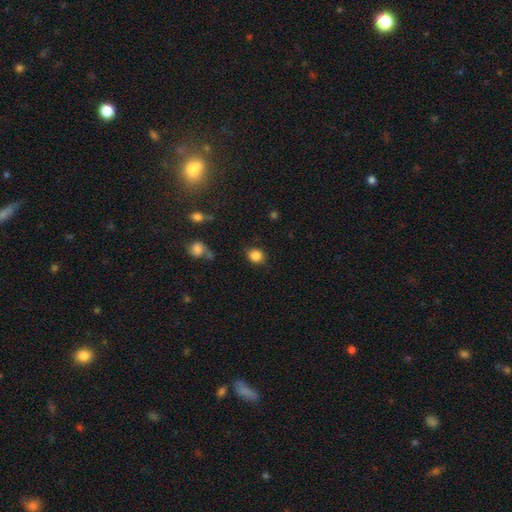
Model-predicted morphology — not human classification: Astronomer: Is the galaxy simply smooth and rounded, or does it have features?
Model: smooth — 85%.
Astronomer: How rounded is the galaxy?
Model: round — 62% (runner-up: in between, 37%).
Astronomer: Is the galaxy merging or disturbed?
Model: none — 83%.